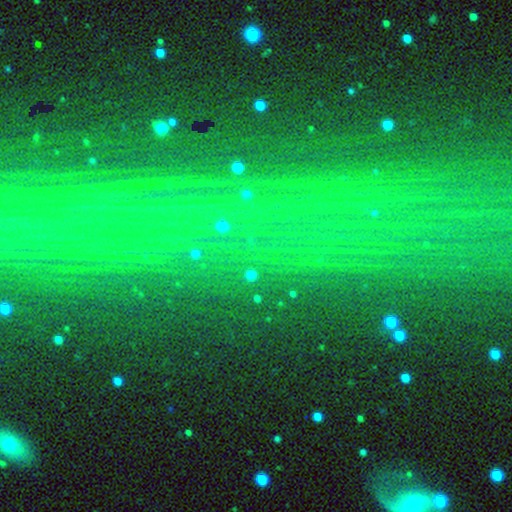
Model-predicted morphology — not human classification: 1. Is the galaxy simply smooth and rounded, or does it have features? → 82% star or artifact, 9% featured or disk, 9% smooth.